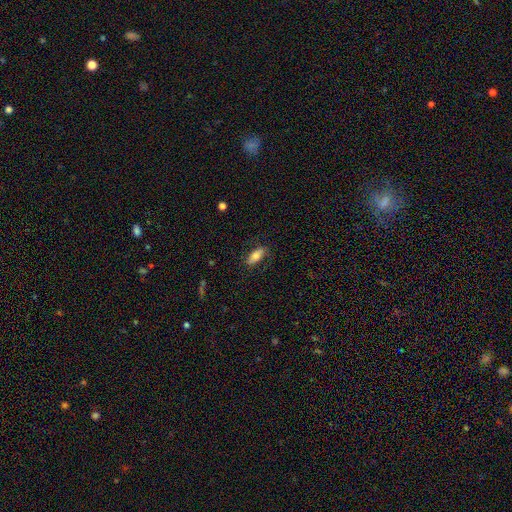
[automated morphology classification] Smooth or featured? Predicted: smooth (p=0.73). How rounded? Predicted: in between (p=0.80). Merging? Predicted: none (p=0.76).